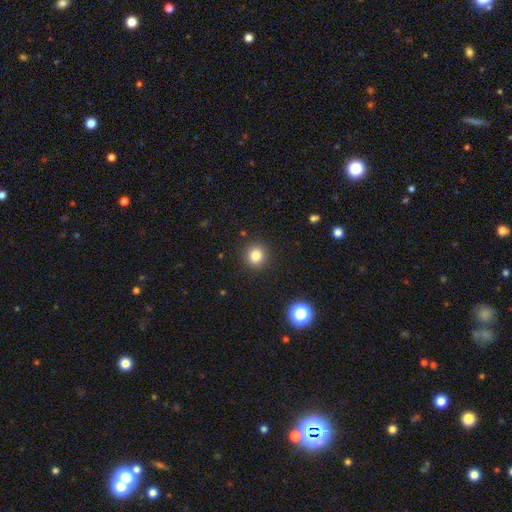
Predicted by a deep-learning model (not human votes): smooth 83%, star or artifact 12%, featured or disk 6%. Down the decision tree: how rounded — round (89%); merging — none (91%).